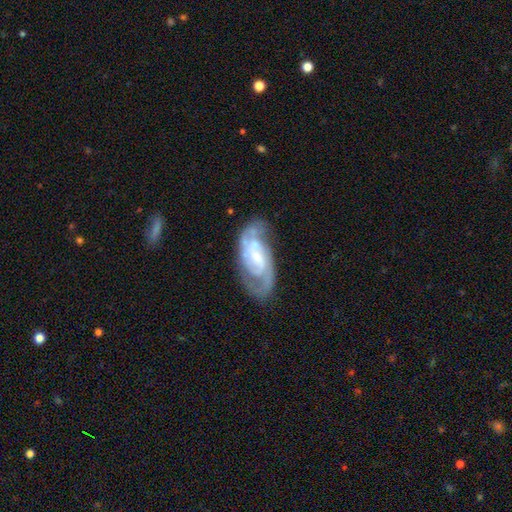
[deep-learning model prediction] smooth-or-featured: featured or disk: 85% | smooth: 10% | star or artifact: 5%
  disk-edge-on: no: 96% | yes: 4%
    bar: weak: 47% | no: 39% | strong: 14%
    has-spiral-arms: yes: 95% | no: 5%
      spiral-winding: tight: 46% | medium: 44% | loose: 11%
      spiral-arm-count: 2: 72% | can't tell: 13% | 3: 8% | 1: 3% | 4: 2% | more than 4: 2%
    bulge-size: small: 52% | moderate: 34% | none: 9% | large: 4% | dominant: 1%
  merging: none: 68% | minor disturbance: 20% | major disturbance: 9% | merger: 3%